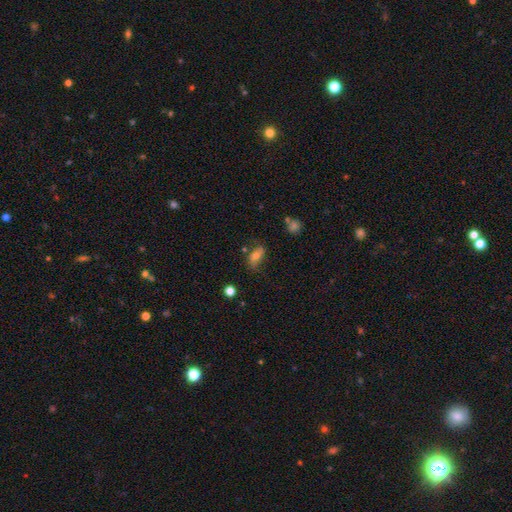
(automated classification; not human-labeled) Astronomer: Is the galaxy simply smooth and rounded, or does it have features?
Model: smooth — 61%.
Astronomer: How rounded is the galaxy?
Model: in between — 81%.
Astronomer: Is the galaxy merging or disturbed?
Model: none — 61%.